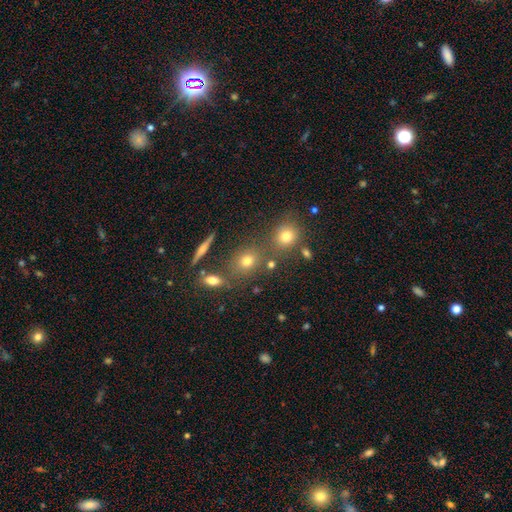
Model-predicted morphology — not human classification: Smooth or featured?
  - star or artifact: 49% *
  - smooth: 36%
  - featured or disk: 14%